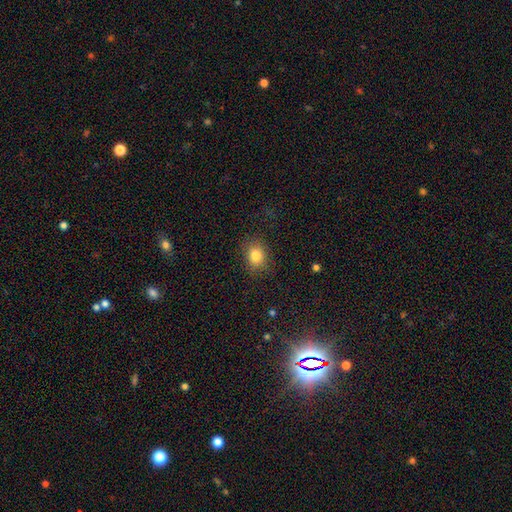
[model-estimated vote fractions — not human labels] Smooth or featured? Predicted: smooth (p=0.83). How rounded? Predicted: round (p=0.54). Merging? Predicted: none (p=0.83).